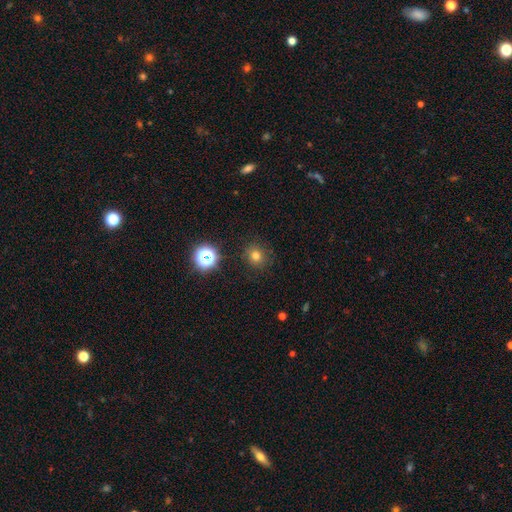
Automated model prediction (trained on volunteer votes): A smooth galaxy with no disk features (74%) that is round (85%). Merging: none (87%).